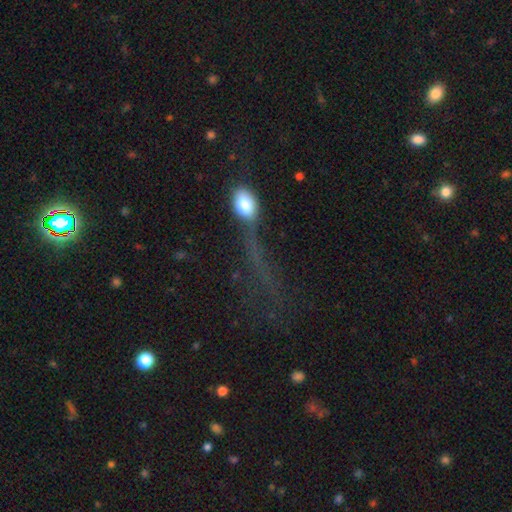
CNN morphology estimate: Smooth or featured: smooth — 55% (featured or disk — 25%)
How rounded: in between — 44% (round — 39%)
Merging: major disturbance — 51% (none — 25%)